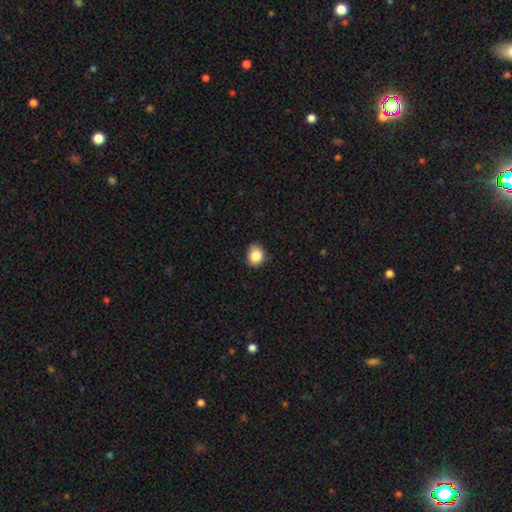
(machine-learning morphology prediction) Smooth or featured? smooth (85%)
How rounded? round (73%)
Merging? none (78%)